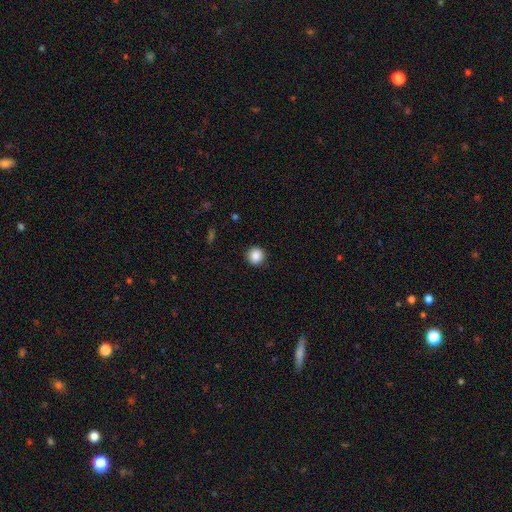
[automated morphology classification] type=smooth (88%); roundness=round (94%); merging=none (92%).